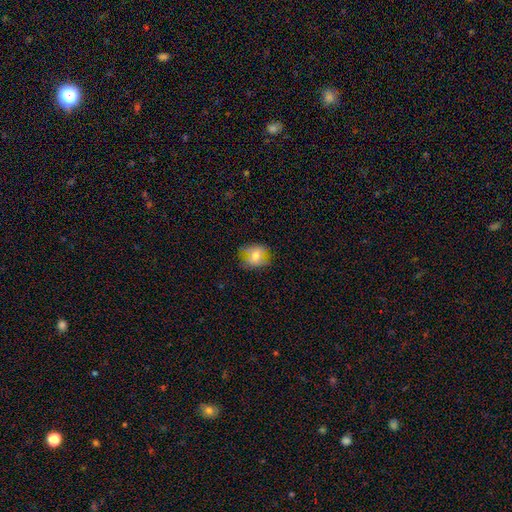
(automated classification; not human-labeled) A smooth galaxy with no disk features (66%) that is round (54%).

Vote fractions:
- Smooth or featured? smooth: 66% / featured or disk: 23% / star or artifact: 11%
- How rounded? round: 54% / in between: 45% / cigar-shaped: 2%
- Merging? none: 68% / minor disturbance: 22% / major disturbance: 8% / merger: 2%